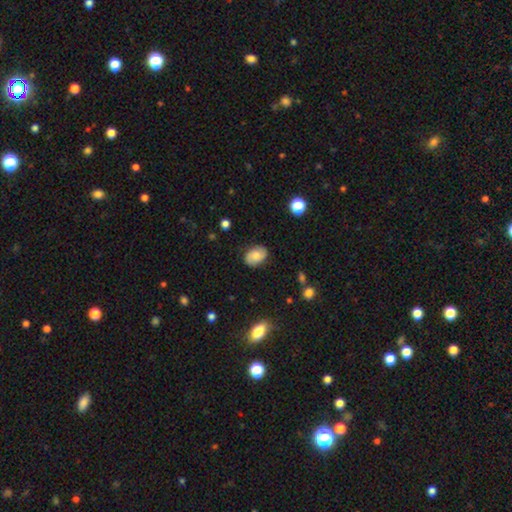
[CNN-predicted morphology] smooth 74%, featured or disk 18%, star or artifact 8%. Down the decision tree: how rounded — in between (81%); merging — none (83%).